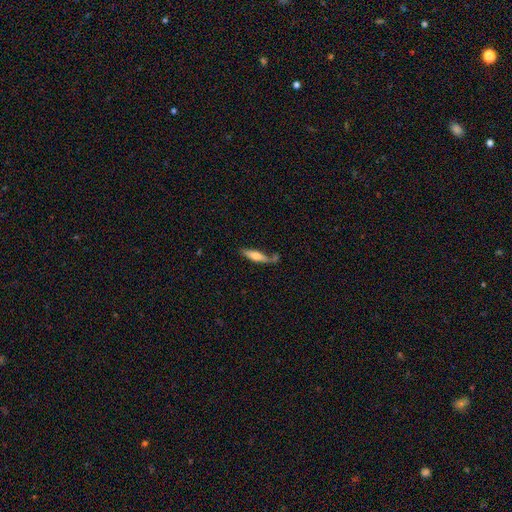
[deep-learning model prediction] smooth-or-featured: smooth: 59% | featured or disk: 35% | star or artifact: 6%
  how-rounded: cigar-shaped: 75% | in between: 24% | round: 2%
  merging: none: 58% | minor disturbance: 20% | merger: 15% | major disturbance: 7%